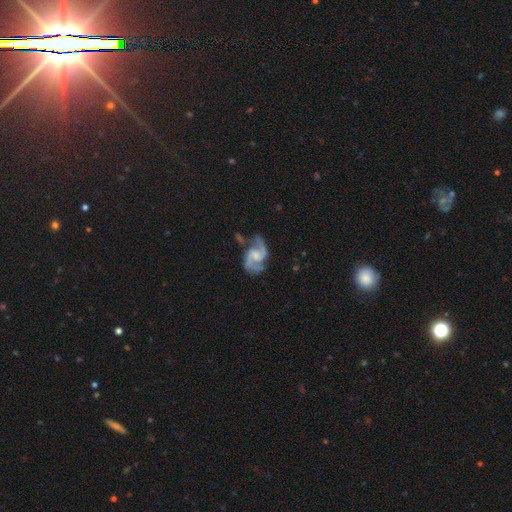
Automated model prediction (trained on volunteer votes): Morphology: type=featured or disk (90%); edge-on=no (98%); bar=weak (49%); spiral arms=yes (97%); winding=medium (54%); arm count=2 (91%); bulge=small (35%); merging=none (62%).